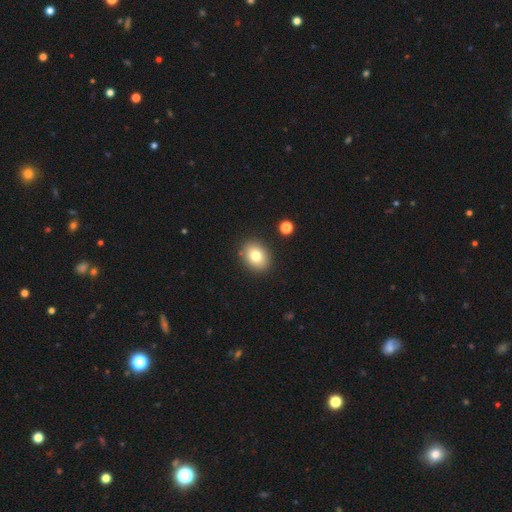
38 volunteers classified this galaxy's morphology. This is likely a smooth galaxy (74%). How rounded: likely in between (61%). Merging: clearly none (81%).